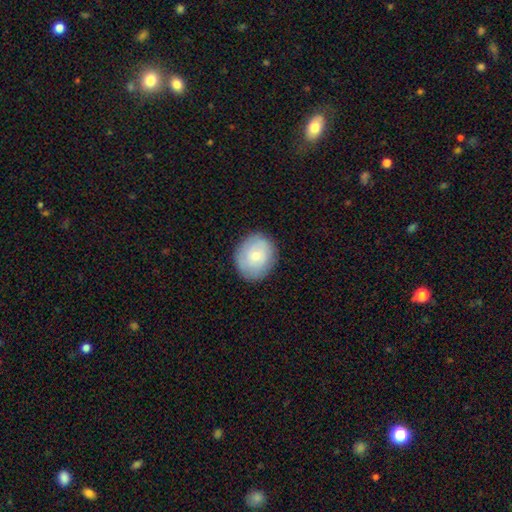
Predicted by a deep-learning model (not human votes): Smooth or featured? smooth (68%)
How rounded? round (67%)
Merging? none (85%)